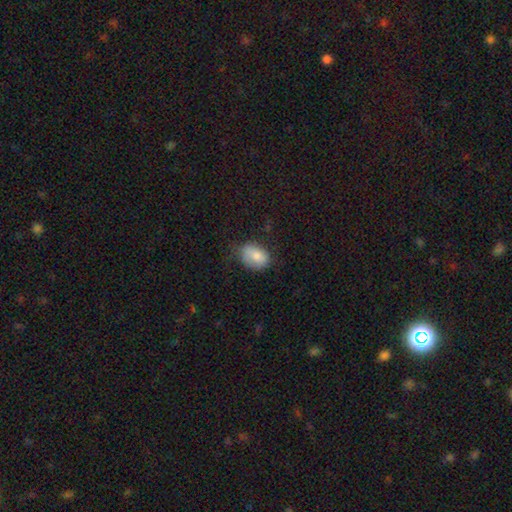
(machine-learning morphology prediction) This is likely a smooth galaxy (79%). How rounded: likely in between (73%). Merging: possibly none (52%).